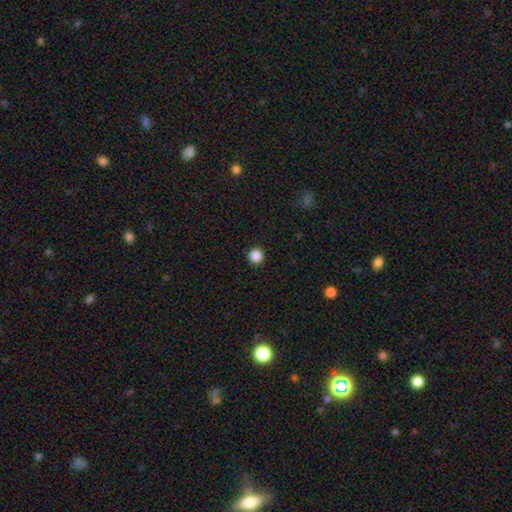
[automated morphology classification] Smooth or featured? smooth (87%)
How rounded? round (96%)
Merging? none (93%)